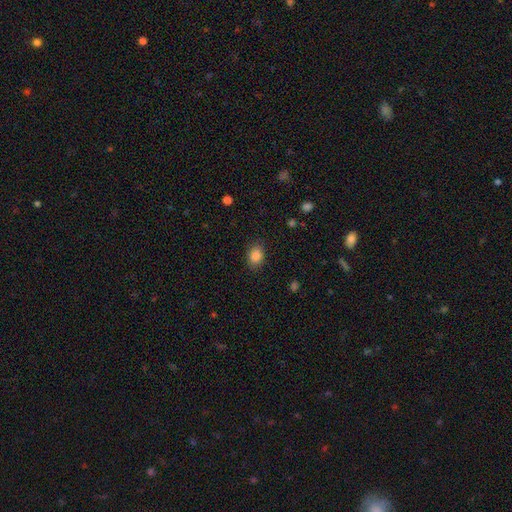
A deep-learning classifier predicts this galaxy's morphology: smooth_or_featured: smooth (p=0.86) [alt: star or artifact p=0.09]
how_rounded: in between (p=0.70) [alt: round p=0.29]
merging: none (p=0.86) [alt: minor disturbance p=0.10]